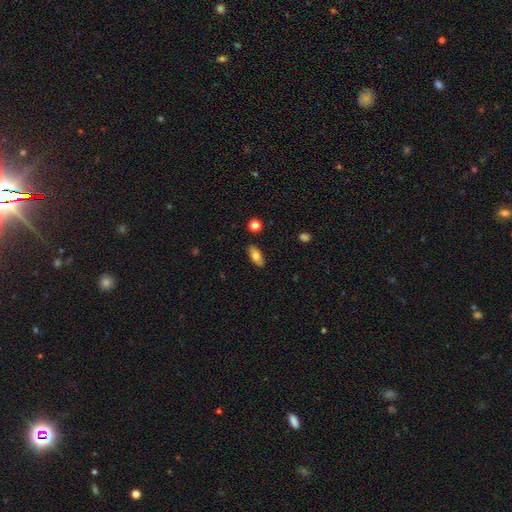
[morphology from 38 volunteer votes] A smooth galaxy with no disk features (74%) that is in between round and cigar-shaped (82%).

Vote fractions:
- Smooth or featured? smooth: 74% / featured or disk: 18% / star or artifact: 8%
- How rounded? in between: 82% / round: 11% / cigar-shaped: 7%
- Merging? none: 91% / minor disturbance: 9% / major disturbance: 0% / merger: 0%